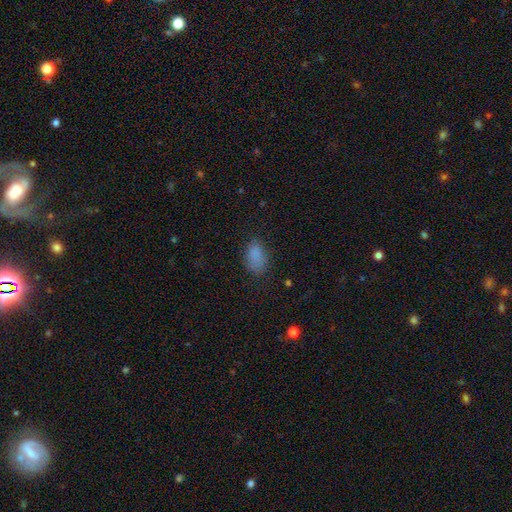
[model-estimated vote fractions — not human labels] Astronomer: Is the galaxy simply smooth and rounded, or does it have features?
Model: smooth — 83%.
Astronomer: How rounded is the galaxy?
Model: in between — 89%.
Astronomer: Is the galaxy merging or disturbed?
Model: none — 71%.